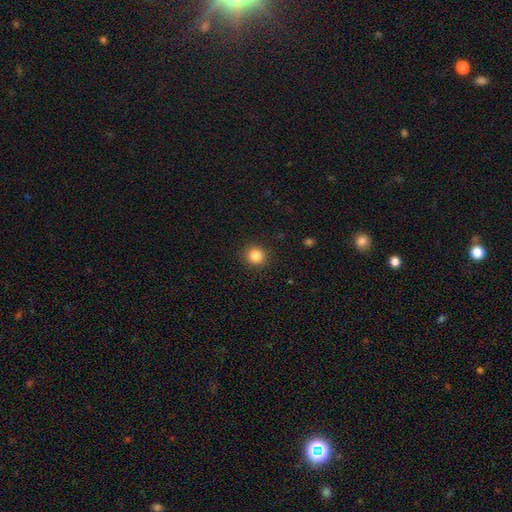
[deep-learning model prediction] Smooth or featured: smooth — 85% (star or artifact — 11%)
How rounded: round — 90% (in between — 9%)
Merging: none — 91% (minor disturbance — 6%)